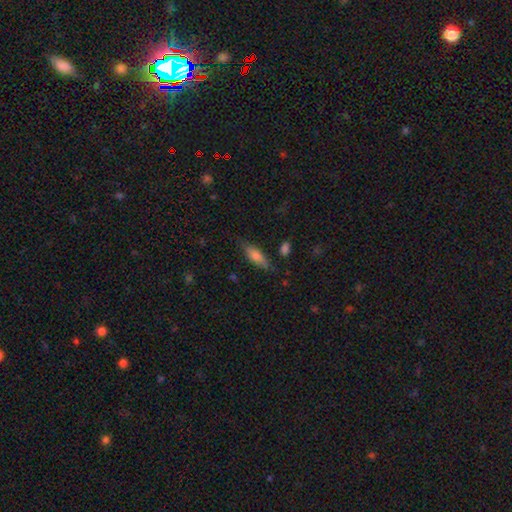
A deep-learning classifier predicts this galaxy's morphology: Q: Smooth or featured?
A: smooth (72%); runner-up: featured or disk (21%)
Q: How rounded?
A: in between (60%); runner-up: cigar-shaped (37%)
Q: Merging?
A: none (72%); runner-up: minor disturbance (21%)